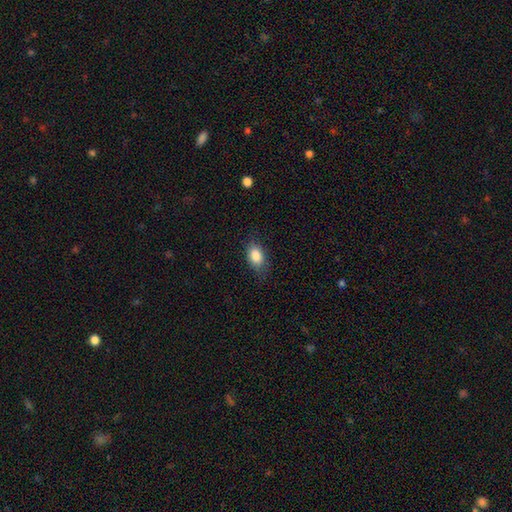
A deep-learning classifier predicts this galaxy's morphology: Overall: smooth (85%). How rounded: in between (85%). Merging: none (76%).